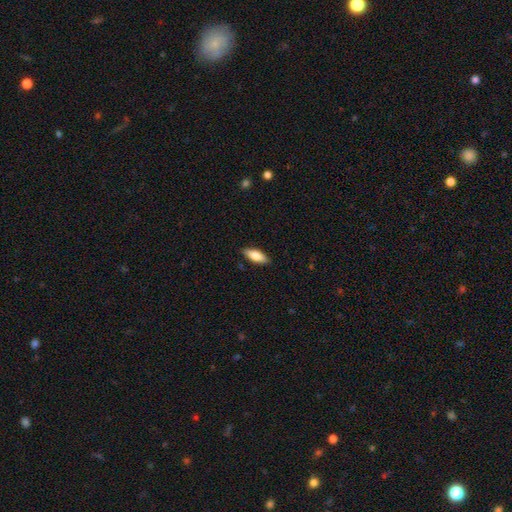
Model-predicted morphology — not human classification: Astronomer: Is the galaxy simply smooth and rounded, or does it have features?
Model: smooth — 79%.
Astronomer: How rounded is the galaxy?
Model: in between — 71%.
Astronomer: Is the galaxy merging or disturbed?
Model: none — 87%.